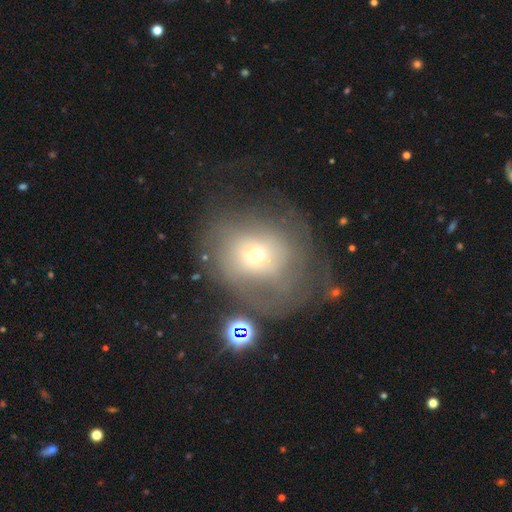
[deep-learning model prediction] smooth 47%, featured or disk 37%, star or artifact 16%. Down the decision tree: merging — none (40%).